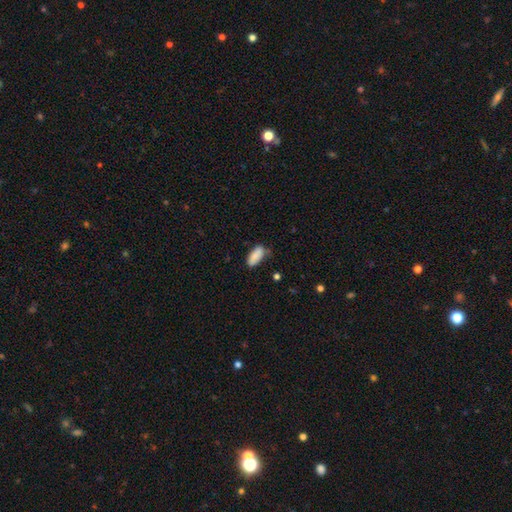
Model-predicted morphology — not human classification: A smooth galaxy with no disk features (88%) that is in between round and cigar-shaped (85%). Merging: none (72%).